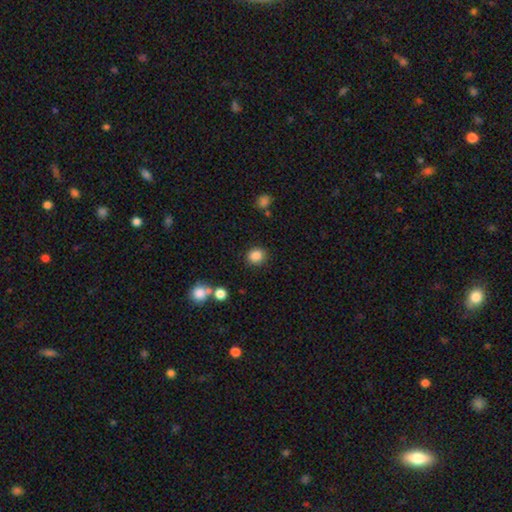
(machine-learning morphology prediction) A smooth galaxy with no disk features (86%) that is round (78%).

Vote fractions:
- Smooth or featured? smooth: 86% / star or artifact: 10% / featured or disk: 4%
- How rounded? round: 78% / in between: 21% / cigar-shaped: 1%
- Merging? none: 85% / minor disturbance: 9% / merger: 3% / major disturbance: 3%